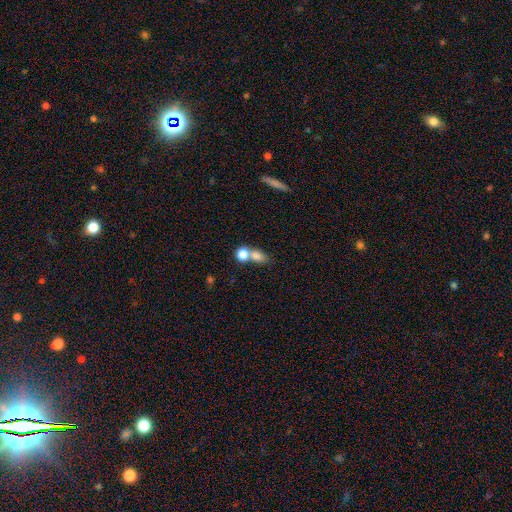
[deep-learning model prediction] This appears to be a smooth galaxy with no disk features (78%) that is in between round and cigar-shaped (55%). Merging: merger (54%).